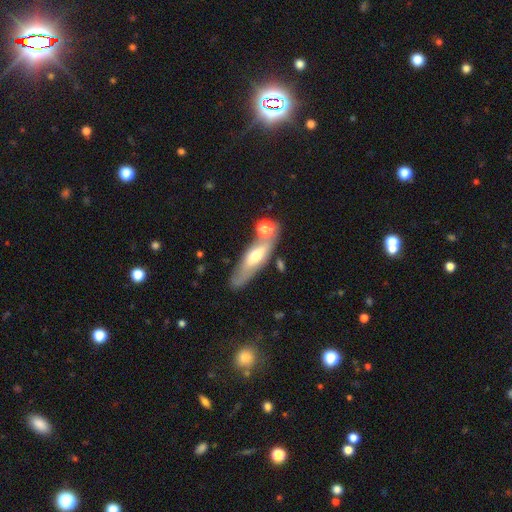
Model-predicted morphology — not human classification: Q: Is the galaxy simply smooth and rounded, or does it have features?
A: featured or disk — 50%.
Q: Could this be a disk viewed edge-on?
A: yes — 54%.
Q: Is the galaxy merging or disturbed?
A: none — 60%.